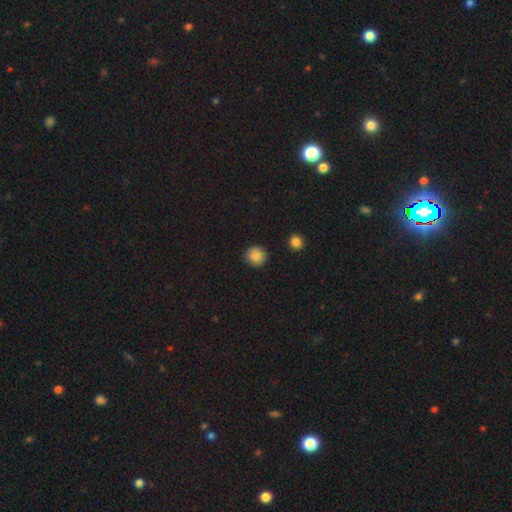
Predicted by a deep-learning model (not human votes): Smooth or featured? Predicted: smooth (p=0.84). How rounded? Predicted: round (p=0.93). Merging? Predicted: none (p=0.92).